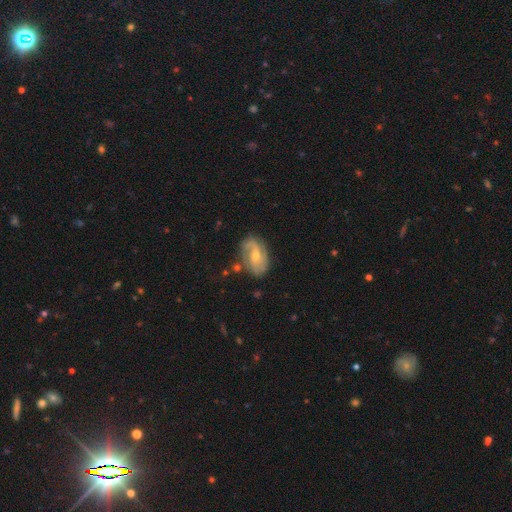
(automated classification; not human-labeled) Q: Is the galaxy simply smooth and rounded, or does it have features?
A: featured or disk — 79%.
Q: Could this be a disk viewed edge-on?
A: no — 97%.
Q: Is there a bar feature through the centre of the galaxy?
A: no — 49%.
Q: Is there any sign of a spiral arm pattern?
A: yes — 93%.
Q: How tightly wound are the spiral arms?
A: medium — 46%.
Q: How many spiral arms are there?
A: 2 — 66%.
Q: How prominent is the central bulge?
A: small — 55%.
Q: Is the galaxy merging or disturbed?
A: none — 68%.